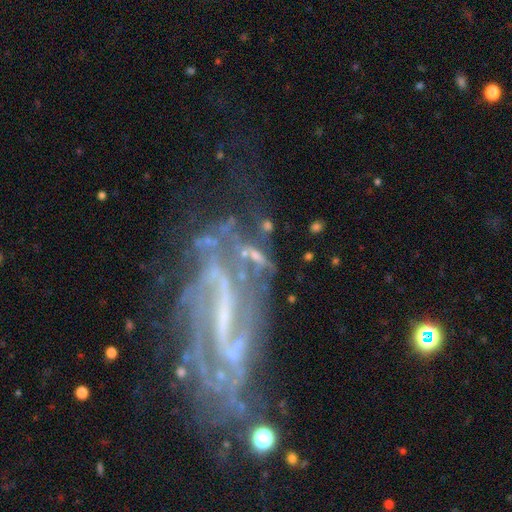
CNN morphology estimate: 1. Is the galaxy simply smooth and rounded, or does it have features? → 50% featured or disk, 28% star or artifact, 22% smooth.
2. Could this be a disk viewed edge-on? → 87% no, 13% yes.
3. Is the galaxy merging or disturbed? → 42% none, 23% major disturbance, 19% minor disturbance, 15% merger.